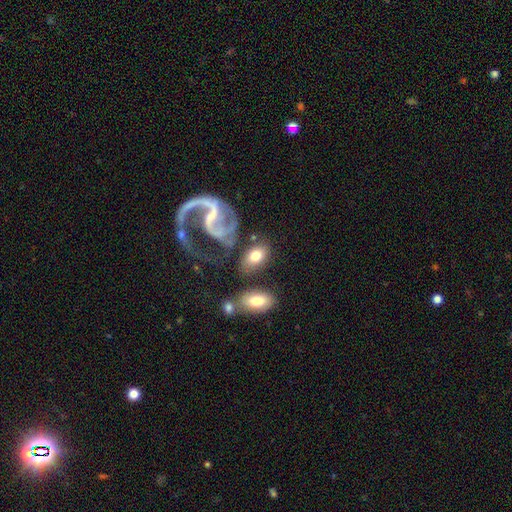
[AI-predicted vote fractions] The model was most divided on "merging": none: 59%, minor disturbance: 16%, merger: 13%, major disturbance: 11%. More confident: how rounded — in between (88%); smooth or featured — smooth (69%).